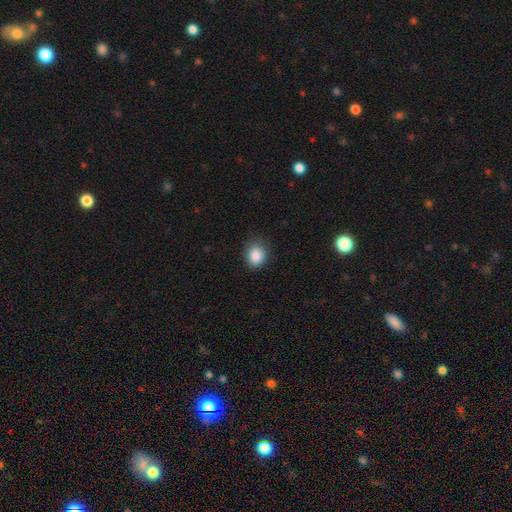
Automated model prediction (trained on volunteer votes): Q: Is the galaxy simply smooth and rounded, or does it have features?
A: smooth — 87%.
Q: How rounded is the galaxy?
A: round — 62%.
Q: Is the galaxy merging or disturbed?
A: none — 80%.